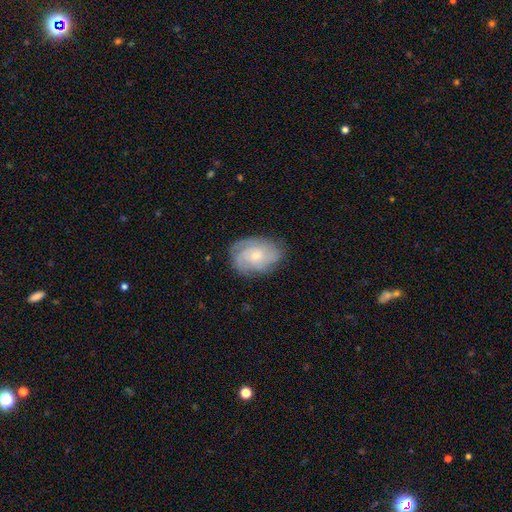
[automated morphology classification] smooth-or-featured: featured or disk: 69% | smooth: 24% | star or artifact: 7%
  disk-edge-on: no: 97% | yes: 3%
    bar: no: 74% | weak: 23% | strong: 3%
    has-spiral-arms: yes: 92% | no: 8%
      spiral-winding: tight: 58% | medium: 33% | loose: 9%
      spiral-arm-count: can't tell: 34% | 3: 28% | 2: 15% | 4: 13% | 1: 5% | more than 4: 5%
    bulge-size: small: 51% | moderate: 43% | large: 3% | none: 3% | dominant: 1%
  merging: none: 75% | minor disturbance: 18% | major disturbance: 6% | merger: 1%